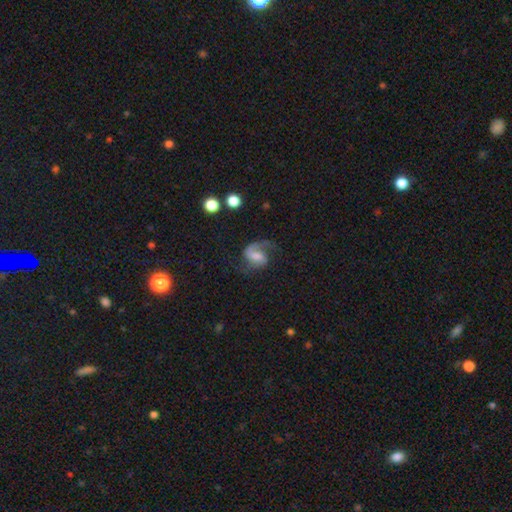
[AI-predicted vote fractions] Smooth or featured?
  - featured or disk: 76% *
  - smooth: 17%
  - star or artifact: 7%
Edge-on disk?
  - no: 98% *
  - yes: 2%
Bar?
  - weak: 49% *
  - no: 26%
  - strong: 25%
Spiral arms?
  - yes: 95% *
  - no: 5%
Spiral winding?
  - medium: 46% *
  - loose: 41%
  - tight: 13%
Spiral arm count?
  - 2: 60% *
  - 1: 35%
  - can't tell: 3%
  - 3: 1%
  - 4: 1%
  - more than 4: 1%
Bulge size?
  - moderate: 37% *
  - small: 31%
  - none: 17%
  - large: 13%
  - dominant: 2%
Merging?
  - none: 55% *
  - major disturbance: 25%
  - minor disturbance: 18%
  - merger: 2%